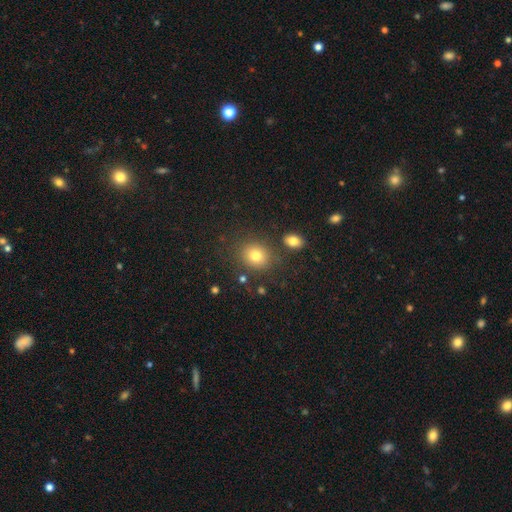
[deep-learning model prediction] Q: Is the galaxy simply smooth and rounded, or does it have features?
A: smooth — 79%.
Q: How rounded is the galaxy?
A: round — 71%.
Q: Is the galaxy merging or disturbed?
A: none — 80%.